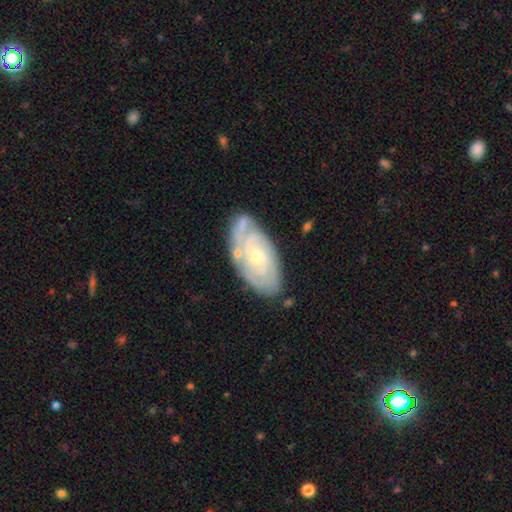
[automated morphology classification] smooth_or_featured: featured or disk (p=0.80) [alt: smooth p=0.14]
disk_edge_on: no (p=0.94) [alt: yes p=0.06]
bar: no (p=0.72) [alt: weak p=0.23]
has_spiral_arms: yes (p=0.94) [alt: no p=0.06]
spiral_winding: tight (p=0.73) [alt: medium p=0.22]
spiral_arm_count: can't tell (p=0.37) [alt: 2 p=0.23]
bulge_size: small (p=0.62) [alt: moderate p=0.35]
merging: none (p=0.70) [alt: minor disturbance p=0.20]